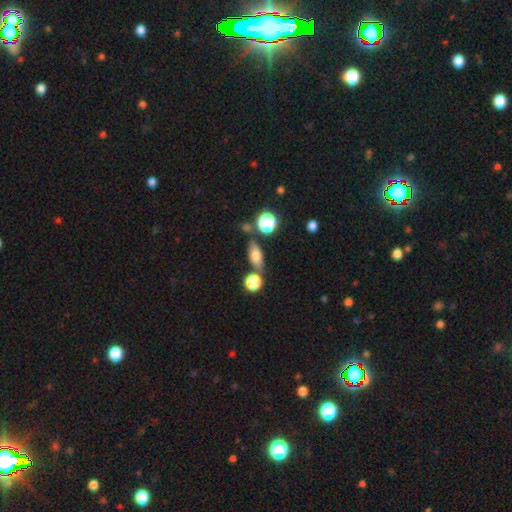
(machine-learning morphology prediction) smooth 65%, featured or disk 23%, star or artifact 11%. Down the decision tree: how rounded — in between (68%); merging — none (70%).